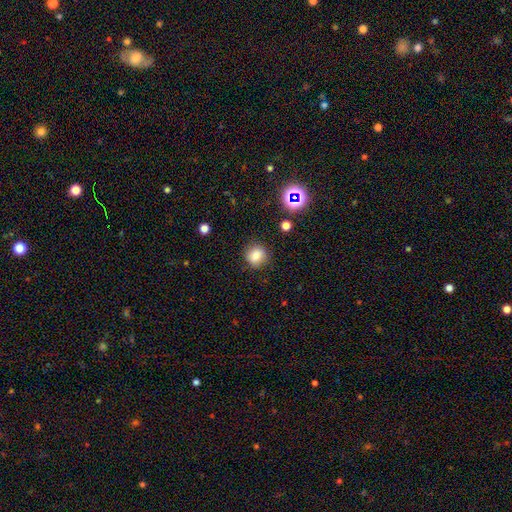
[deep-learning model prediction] This appears to be a smooth galaxy with no disk features (81%) that is round (87%). Merging: none (85%).